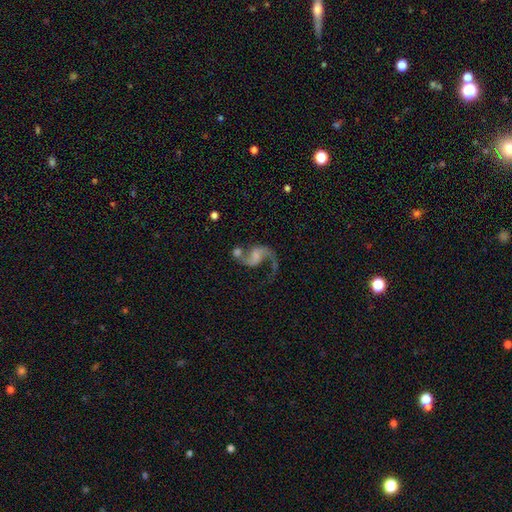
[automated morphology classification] Overall: featured or disk (87%). Edge-on disk: no (98%). Bar: no (47%; weak 40%). Spiral arms: yes (96%). Spiral arm count: 2 (86%). Spiral winding: loose (73%). Bulge size: none (37%; small 32%). Merging: none (46%; merger 23%).